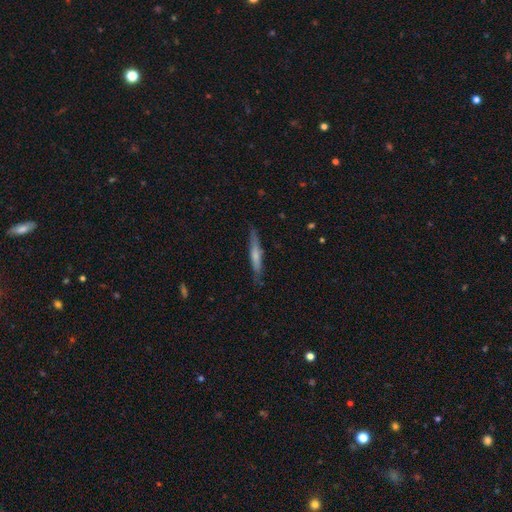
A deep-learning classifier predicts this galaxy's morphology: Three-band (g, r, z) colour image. It shows a smooth galaxy with no disk features (55%) that is cigar-shaped (93%). Merging: none (85%).